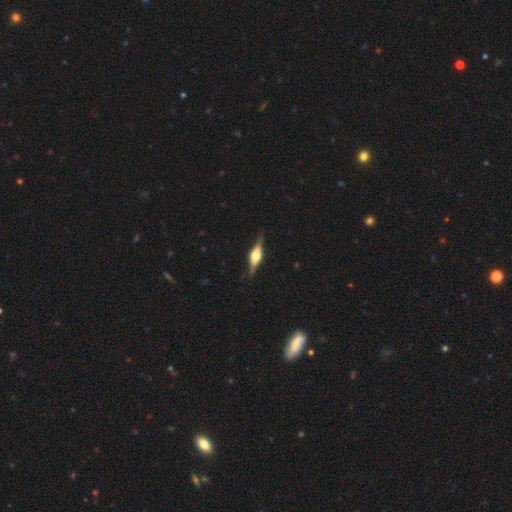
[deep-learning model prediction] The model was most divided on "smooth or featured": featured or disk: 73%, smooth: 21%, star or artifact: 6%. More confident: edge-on disk — yes (96%); merging — none (86%); edge-on bulge — rounded (86%).